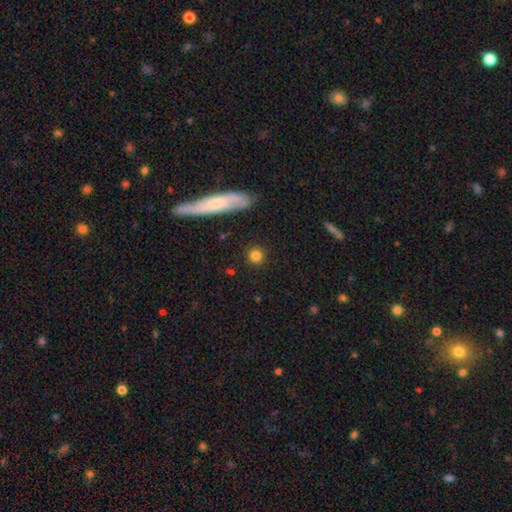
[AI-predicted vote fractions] Smooth or featured: smooth — 82% (star or artifact — 11%)
How rounded: round — 91% (in between — 7%)
Merging: none — 90% (minor disturbance — 6%)